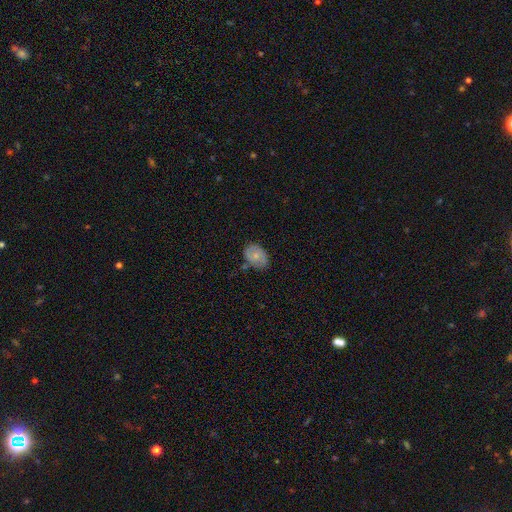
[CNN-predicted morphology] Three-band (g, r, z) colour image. It shows a smooth galaxy with no disk features (68%) that is in between round and cigar-shaped (75%). Merging: none (64%).